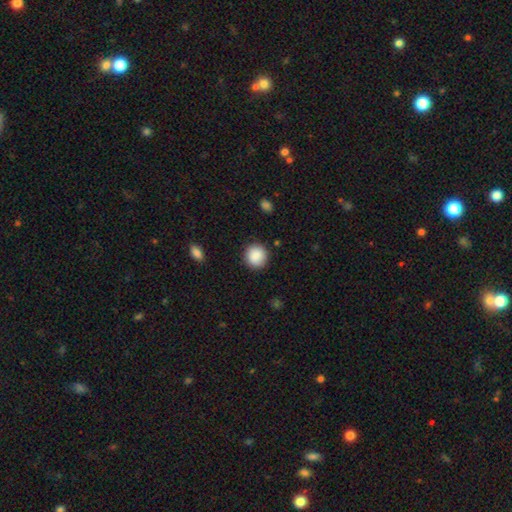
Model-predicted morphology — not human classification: Smooth or featured? smooth (88%)
How rounded? round (91%)
Merging? none (89%)